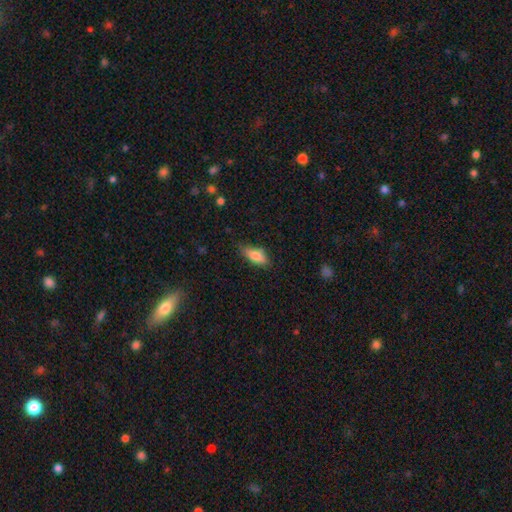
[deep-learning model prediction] smooth_or_featured: smooth (p=0.75) [alt: featured or disk p=0.18]
how_rounded: in between (p=0.73) [alt: cigar-shaped p=0.24]
merging: none (p=0.72) [alt: minor disturbance p=0.22]